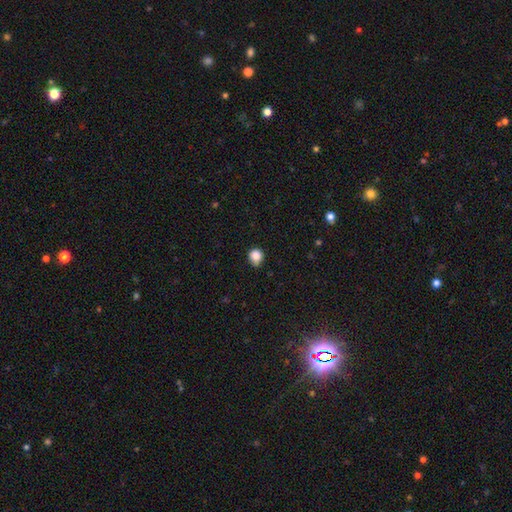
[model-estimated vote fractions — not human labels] This is clearly a smooth galaxy (85%). How rounded: clearly round (83%). Merging: likely none (65%).